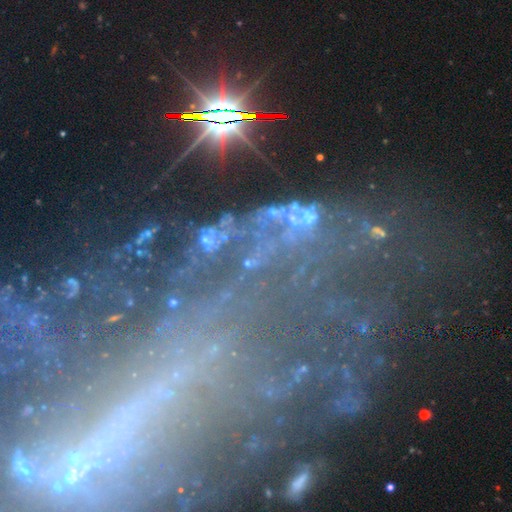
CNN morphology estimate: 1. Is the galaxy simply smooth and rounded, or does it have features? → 70% star or artifact, 19% featured or disk, 10% smooth.